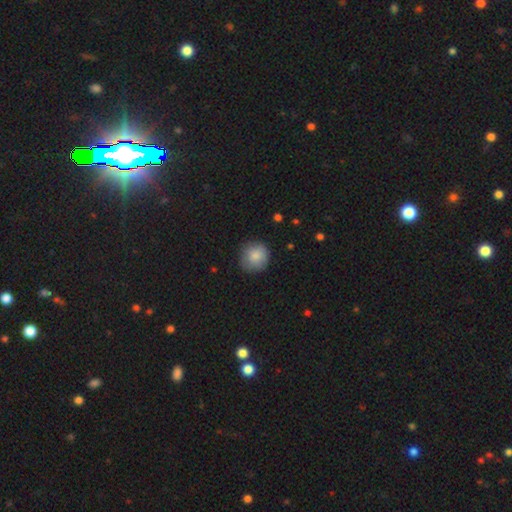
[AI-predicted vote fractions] smooth 85%, featured or disk 8%, star or artifact 7%. Down the decision tree: how rounded — round (90%); merging — none (82%).